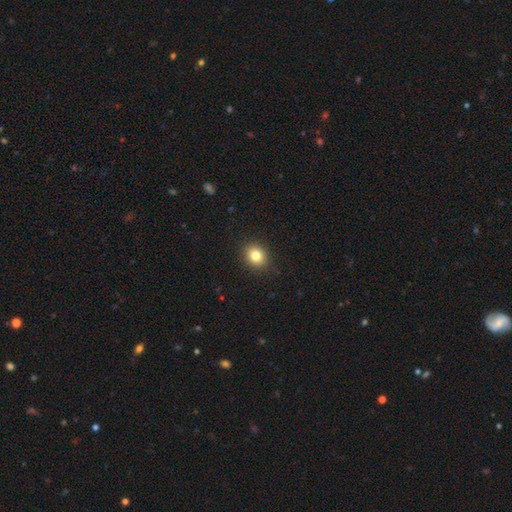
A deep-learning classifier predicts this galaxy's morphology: The model was most divided on "how rounded": round: 66%, in between: 33%, cigar-shaped: 1%. More confident: merging — none (89%); smooth or featured — smooth (82%).